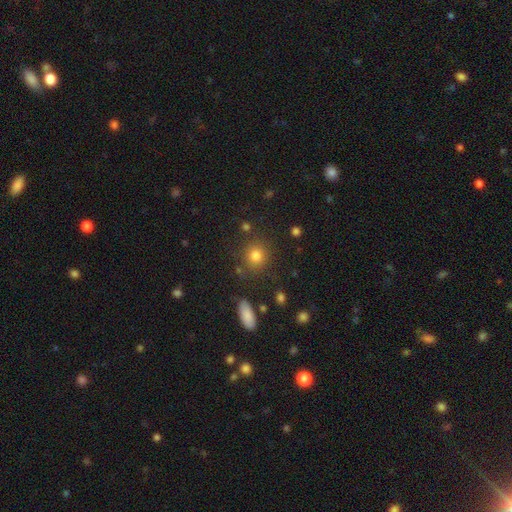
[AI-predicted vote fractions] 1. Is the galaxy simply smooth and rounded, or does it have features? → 80% smooth, 13% star or artifact, 7% featured or disk.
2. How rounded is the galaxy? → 86% round, 13% in between, 1% cigar-shaped.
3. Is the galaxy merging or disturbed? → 81% none, 10% minor disturbance, 5% merger, 4% major disturbance.